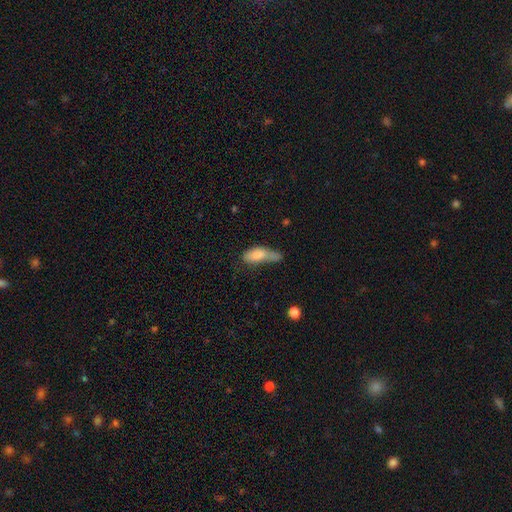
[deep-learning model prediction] Smooth or featured: smooth — 70% (featured or disk — 19%)
How rounded: in between — 70% (cigar-shaped — 26%)
Merging: none — 27% (major disturbance — 26%)